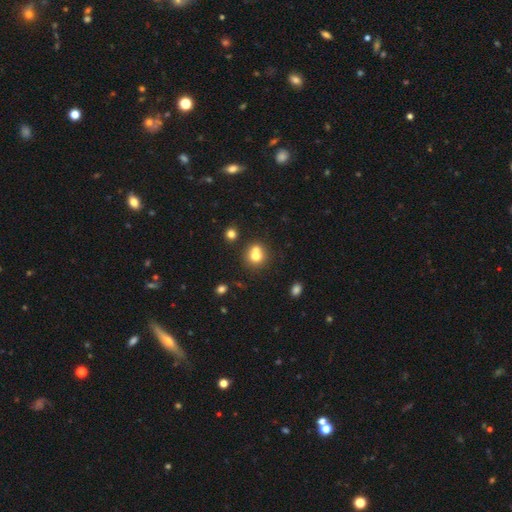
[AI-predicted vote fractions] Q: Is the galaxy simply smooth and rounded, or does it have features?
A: smooth — 70%.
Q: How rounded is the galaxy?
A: round — 83%.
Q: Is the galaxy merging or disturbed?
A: merger — 46%.